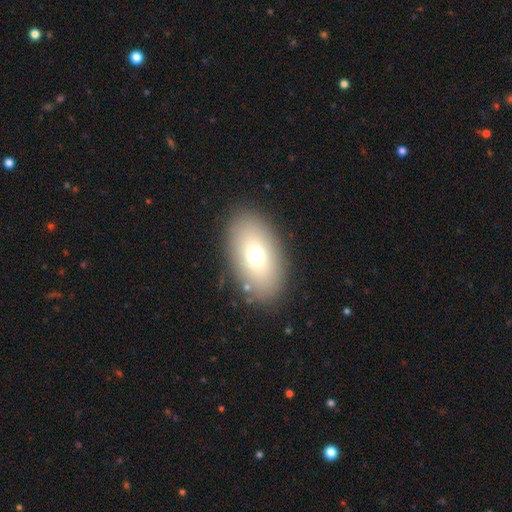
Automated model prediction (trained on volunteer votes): Morphology: type=smooth (70%); roundness=in between (90%); merging=none (86%).